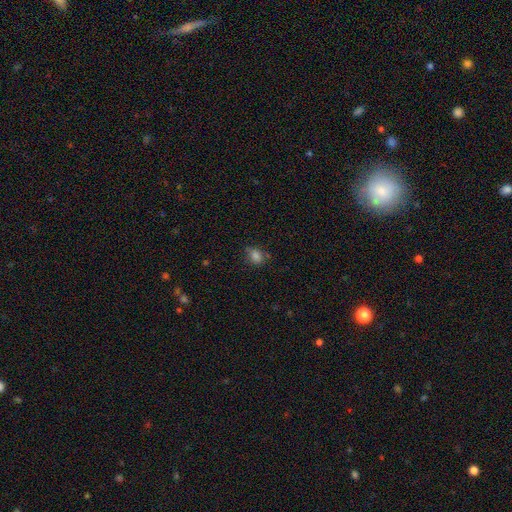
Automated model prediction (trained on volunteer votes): Morphology: type=smooth (81%); roundness=in between (58%); merging=none (68%).